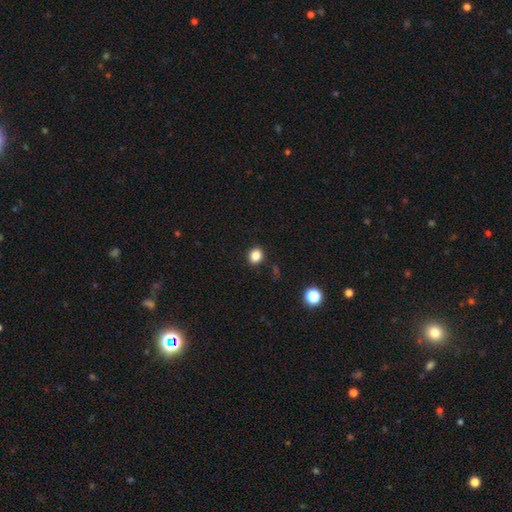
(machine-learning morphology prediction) The model was most divided on "how rounded": round: 71%, in between: 28%, cigar-shaped: 1%. More confident: merging — none (88%); smooth or featured — smooth (84%).